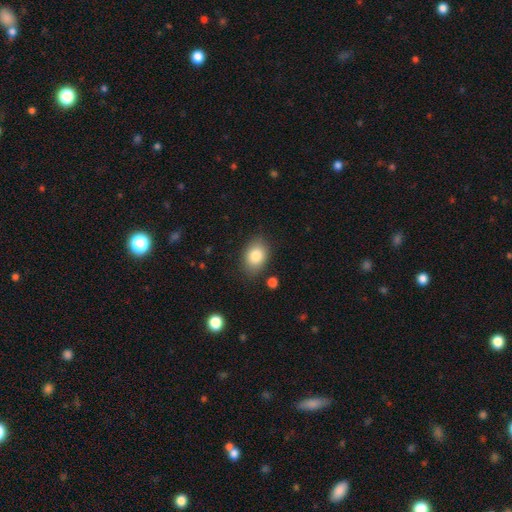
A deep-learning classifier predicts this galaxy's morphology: The model was most divided on "how rounded": in between: 73%, round: 26%, cigar-shaped: 1%. More confident: smooth or featured — smooth (83%); merging — none (82%).